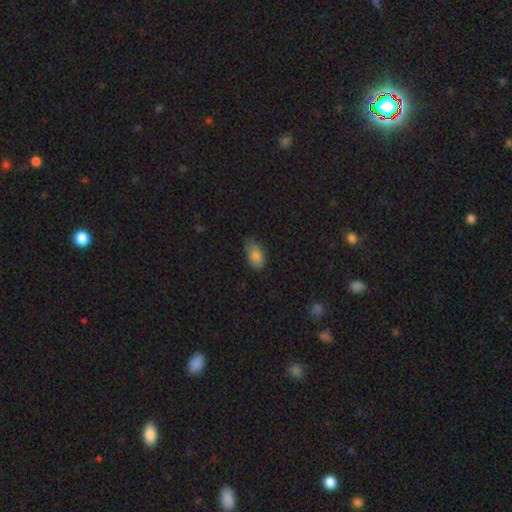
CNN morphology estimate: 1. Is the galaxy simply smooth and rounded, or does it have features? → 85% smooth, 8% star or artifact, 7% featured or disk.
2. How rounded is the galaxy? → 92% in between, 5% round, 3% cigar-shaped.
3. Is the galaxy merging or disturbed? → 61% none, 32% minor disturbance, 6% major disturbance, 1% merger.